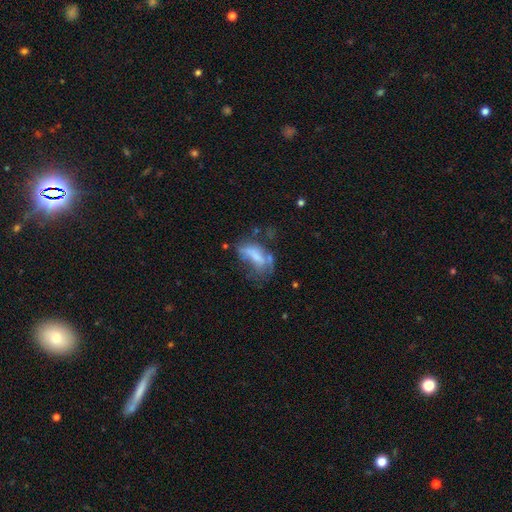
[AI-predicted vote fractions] smooth_or_featured: smooth (p=0.53) [alt: featured or disk p=0.36]
how_rounded: in between (p=0.77) [alt: cigar-shaped p=0.19]
merging: major disturbance (p=0.38) [alt: none p=0.26]